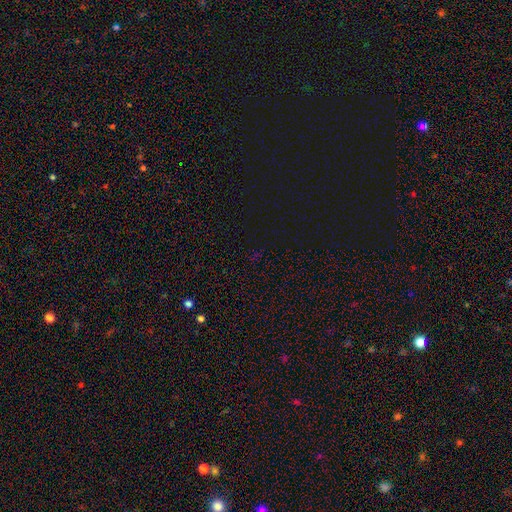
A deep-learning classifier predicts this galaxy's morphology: type=star or artifact (74%).